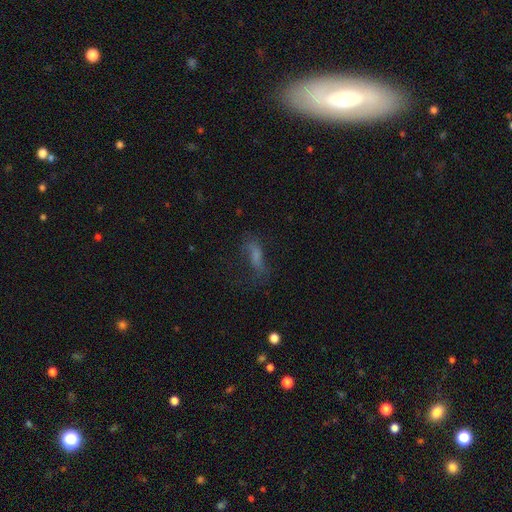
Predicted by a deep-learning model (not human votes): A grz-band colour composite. It shows a smooth galaxy with no disk features (56%) that is in between round and cigar-shaped (50%). Merging: none (47%).